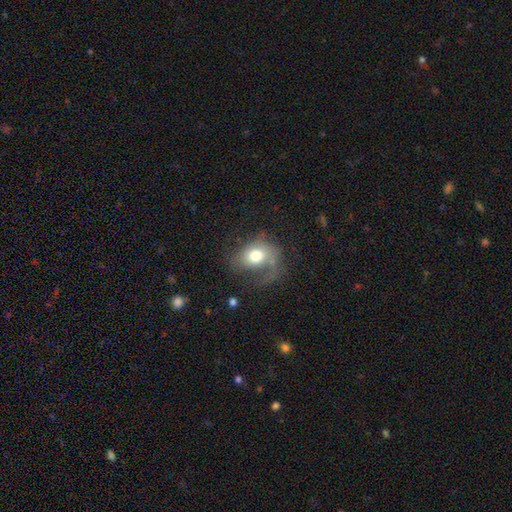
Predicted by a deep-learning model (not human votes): Smooth or featured? Predicted: smooth (p=0.57). How rounded? Predicted: in between (p=0.56). Merging? Predicted: major disturbance (p=0.38).